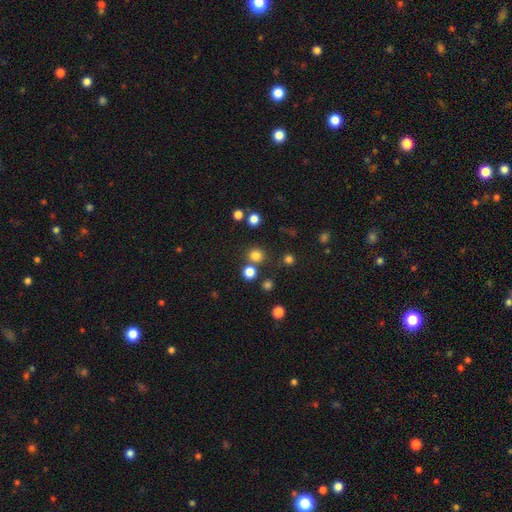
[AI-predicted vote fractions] smooth_or_featured: smooth (p=0.78) [alt: star or artifact p=0.17]
how_rounded: round (p=0.89) [alt: in between p=0.10]
merging: none (p=0.76) [alt: merger p=0.14]